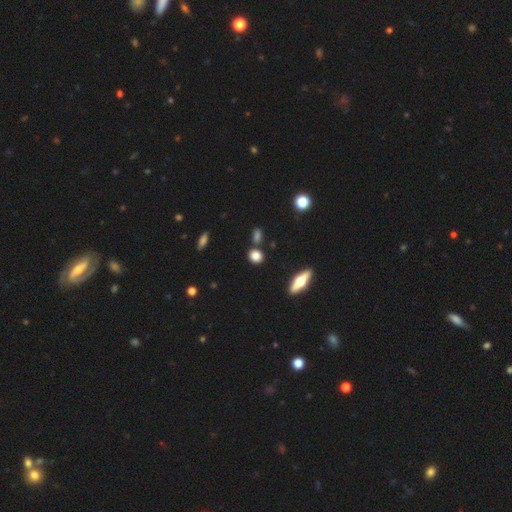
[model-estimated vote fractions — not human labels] Morphology: type=smooth (81%); roundness=round (72%); merging=none (79%).